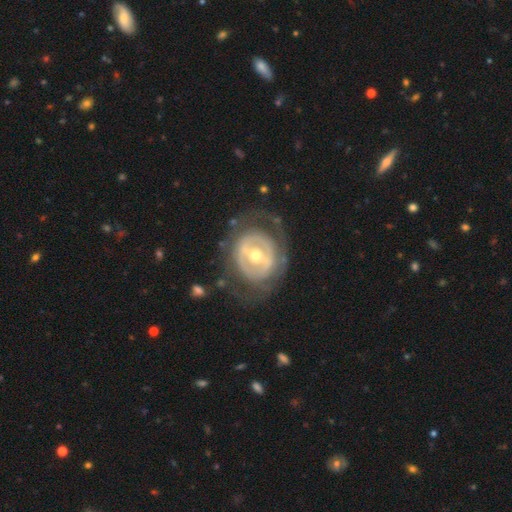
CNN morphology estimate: A featured or disk galaxy (77%) with a strong bar (37%), no spiral arms (62%) and a moderate central bulge (61%). Merging: none (69%).